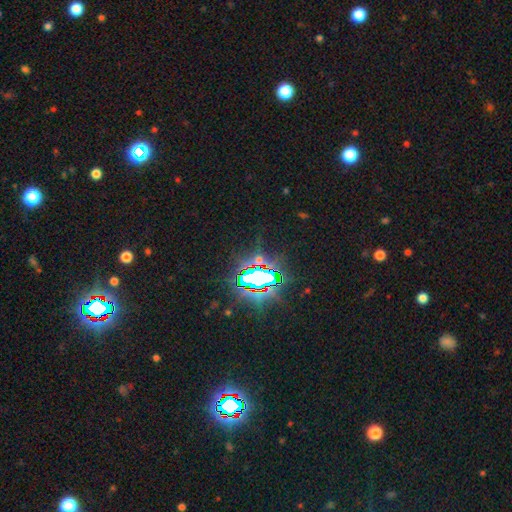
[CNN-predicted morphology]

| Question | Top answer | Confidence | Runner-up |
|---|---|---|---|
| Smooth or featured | star or artifact | 83% | smooth (10%) |